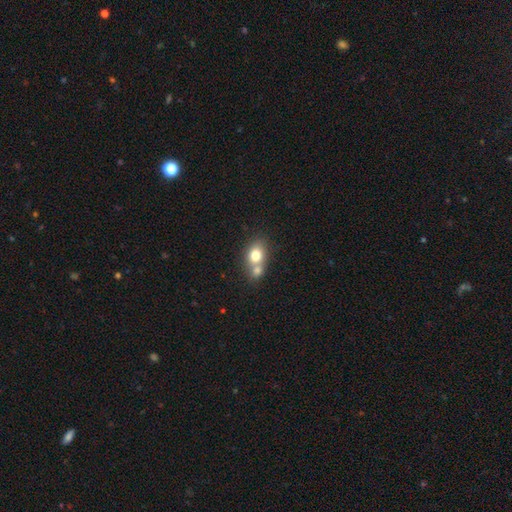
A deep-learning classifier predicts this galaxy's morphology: Smooth or featured: smooth — 75% (featured or disk — 16%)
How rounded: in between — 57% (round — 41%)
Merging: merger — 58% (none — 31%)